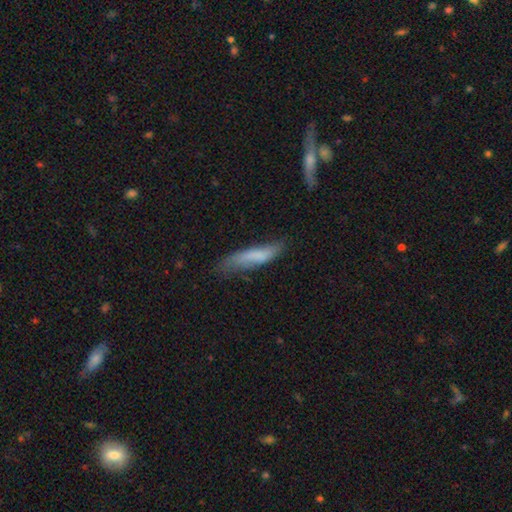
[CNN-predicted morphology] smooth 69%, featured or disk 24%, star or artifact 7%. Down the decision tree: how rounded — cigar-shaped (79%); merging — none (53%).